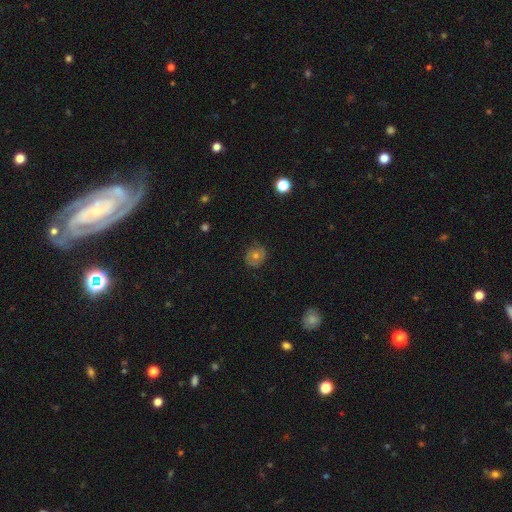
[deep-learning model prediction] Smooth or featured? smooth (56%)
How rounded? round (78%)
Merging? none (76%)